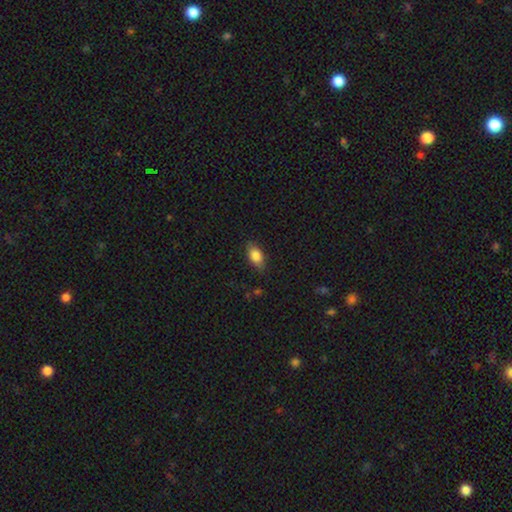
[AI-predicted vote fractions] The model was most divided on "merging": none: 82%, minor disturbance: 14%, major disturbance: 3%, merger: 1%. More confident: how rounded — in between (88%); smooth or featured — smooth (83%).